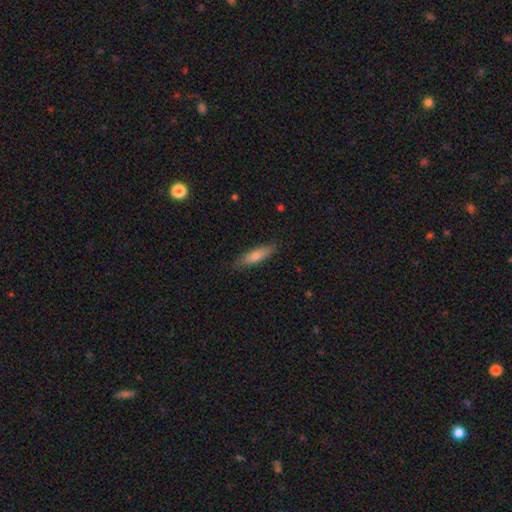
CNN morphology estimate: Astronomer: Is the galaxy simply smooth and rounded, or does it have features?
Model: smooth — 70%.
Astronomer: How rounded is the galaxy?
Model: cigar-shaped — 69%.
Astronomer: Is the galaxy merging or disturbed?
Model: none — 86%.